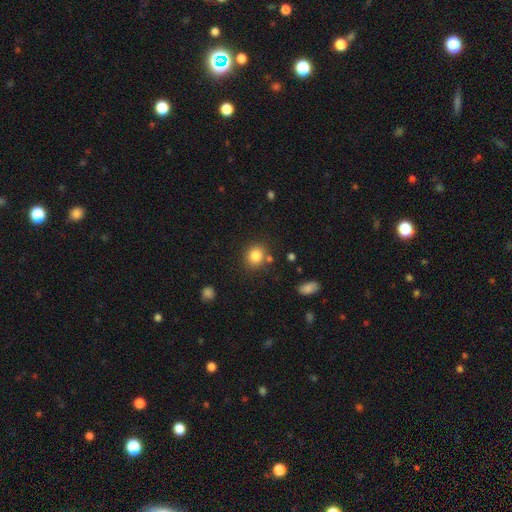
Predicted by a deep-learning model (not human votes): smooth-or-featured: smooth: 83% | star or artifact: 11% | featured or disk: 6%
  how-rounded: round: 74% | in between: 25% | cigar-shaped: 1%
  merging: none: 77% | minor disturbance: 11% | merger: 8% | major disturbance: 4%